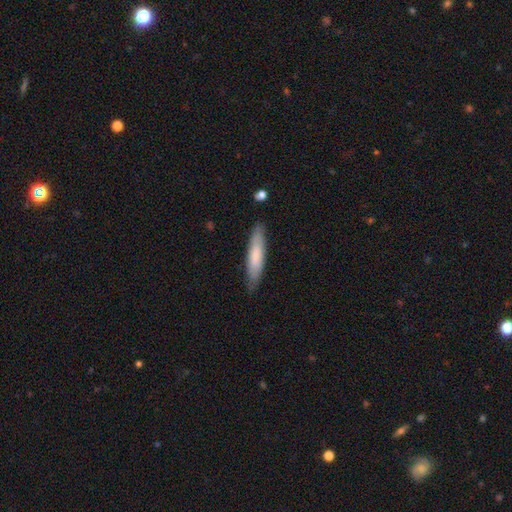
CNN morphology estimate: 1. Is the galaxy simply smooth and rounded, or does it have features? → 71% smooth, 24% featured or disk, 5% star or artifact.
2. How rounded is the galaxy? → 80% cigar-shaped, 19% in between, 1% round.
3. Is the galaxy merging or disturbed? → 83% none, 13% minor disturbance, 2% major disturbance, 1% merger.